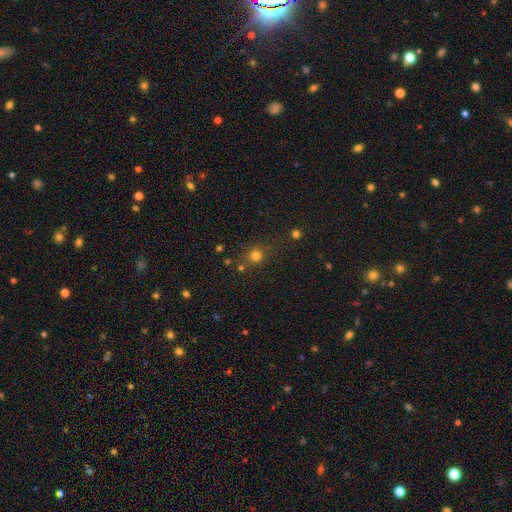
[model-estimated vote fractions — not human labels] This is likely a smooth galaxy (75%). How rounded: clearly round (87%). Merging: likely none (75%).